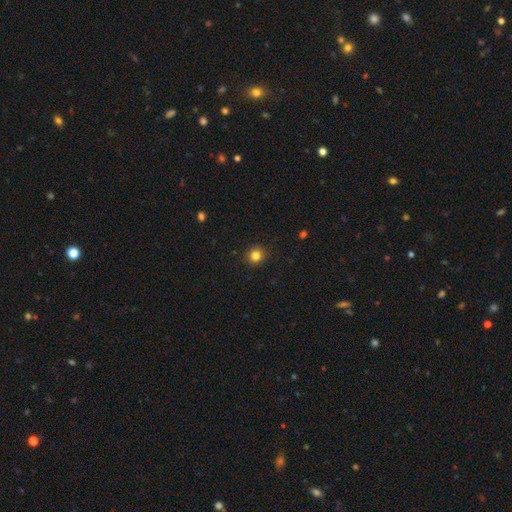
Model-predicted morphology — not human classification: Overall: smooth (82%). How rounded: round (92%). Merging: none (92%).